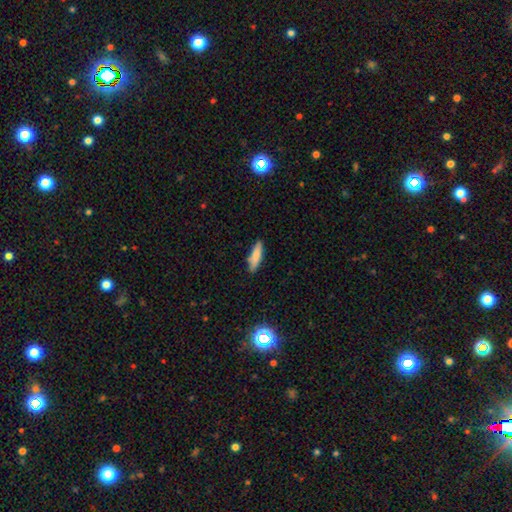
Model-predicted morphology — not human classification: A smooth galaxy with no disk features (82%) that is cigar-shaped (67%). Merging: none (82%).